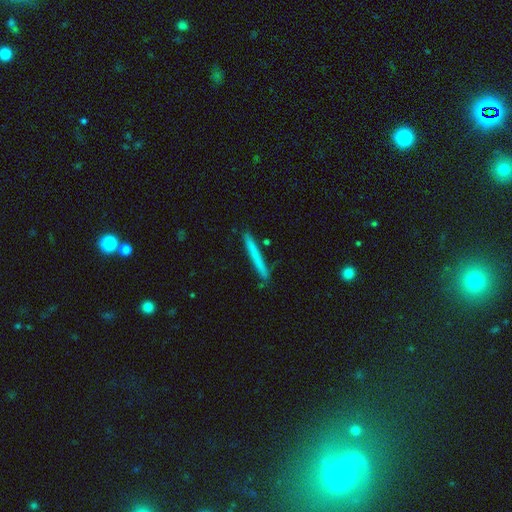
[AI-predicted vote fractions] Q: Smooth or featured?
A: smooth (63%); runner-up: featured or disk (31%)
Q: How rounded?
A: cigar-shaped (97%); runner-up: in between (2%)
Q: Merging?
A: none (89%); runner-up: minor disturbance (8%)